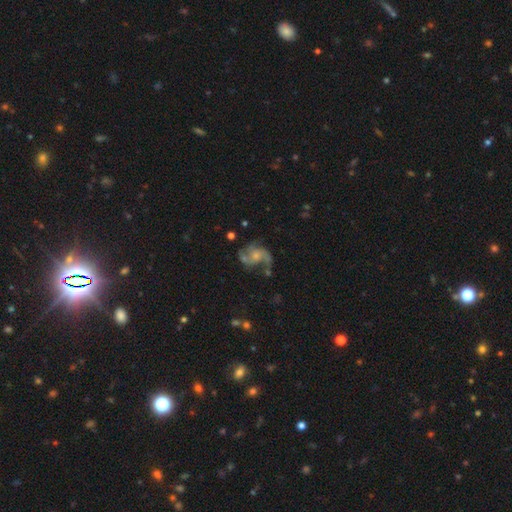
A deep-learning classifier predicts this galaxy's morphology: featured or disk 80%, smooth 12%, star or artifact 8%. Down the decision tree: edge-on disk — no (98%); bar — no (69%); spiral arms — yes (93%); spiral arm count — 2 (54%); spiral winding — loose (45%); bulge size — small (47%); merging — none (53%).